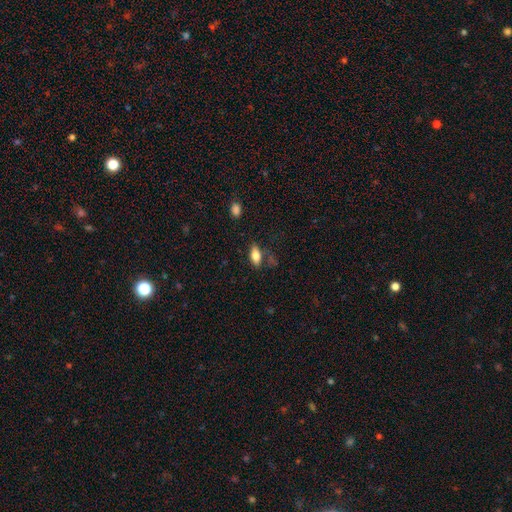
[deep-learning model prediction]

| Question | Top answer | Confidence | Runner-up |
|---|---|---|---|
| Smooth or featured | smooth | 76% | featured or disk (16%) |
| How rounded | in between | 86% | cigar-shaped (11%) |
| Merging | none | 73% | minor disturbance (17%) |